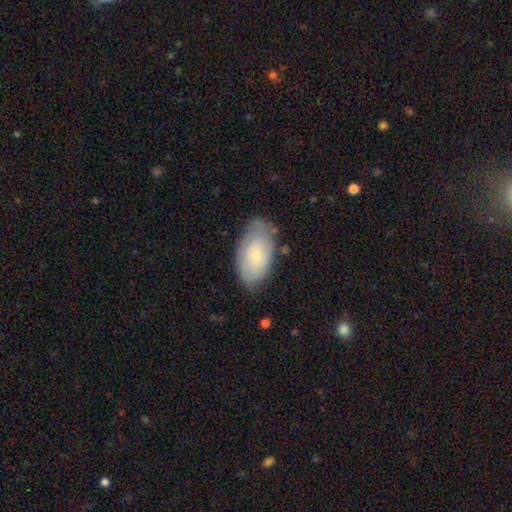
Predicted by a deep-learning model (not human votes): Smooth or featured? smooth (64%)
How rounded? in between (94%)
Merging? none (71%)